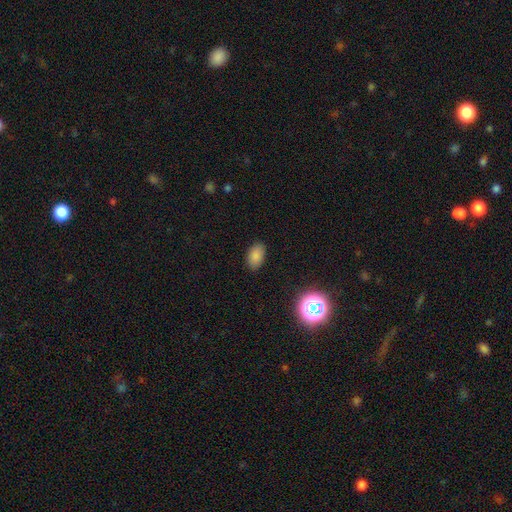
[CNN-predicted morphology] smooth 82%, star or artifact 13%, featured or disk 5%. Down the decision tree: how rounded — in between (91%); merging — none (87%).